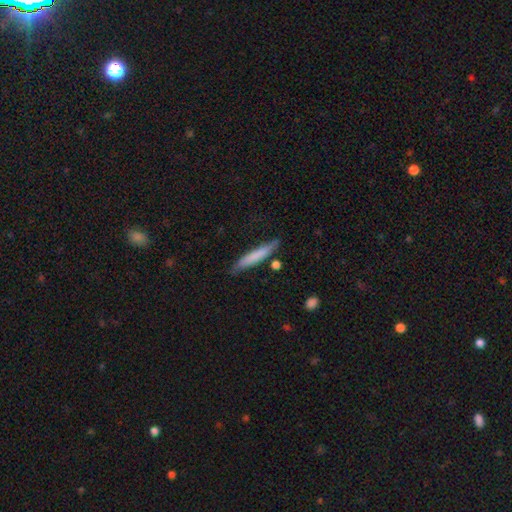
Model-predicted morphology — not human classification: Q: Smooth or featured?
A: smooth (72%); runner-up: featured or disk (23%)
Q: How rounded?
A: cigar-shaped (93%); runner-up: in between (5%)
Q: Merging?
A: none (78%); runner-up: minor disturbance (16%)